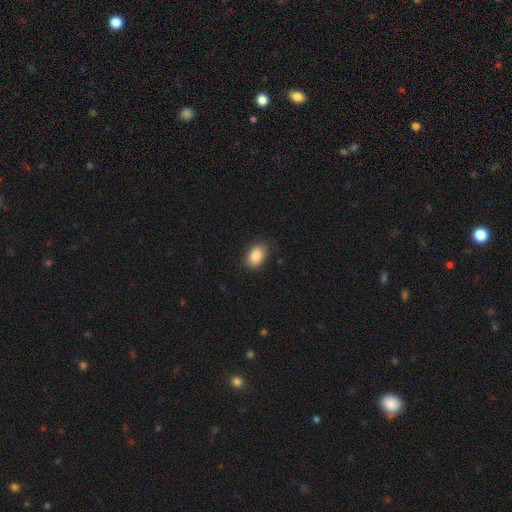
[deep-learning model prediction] Smooth or featured?
  - smooth: 87% *
  - star or artifact: 8%
  - featured or disk: 5%
How rounded?
  - in between: 82% *
  - round: 17%
  - cigar-shaped: 1%
Merging?
  - none: 83% *
  - minor disturbance: 13%
  - major disturbance: 3%
  - merger: 1%